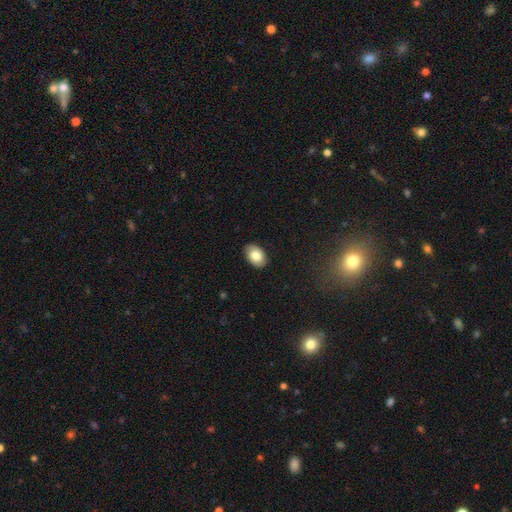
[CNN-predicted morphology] Overall: smooth (80%). How rounded: in between (86%). Merging: none (85%).